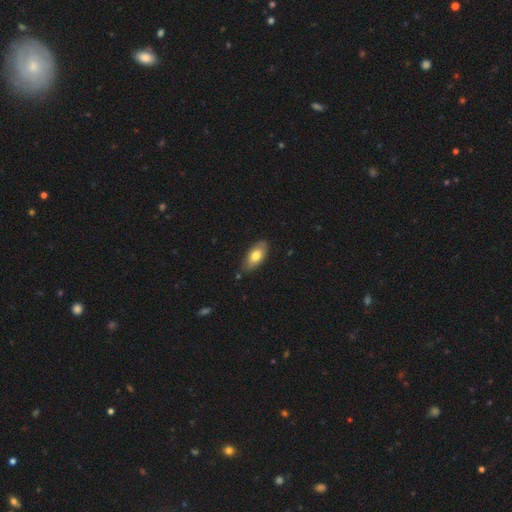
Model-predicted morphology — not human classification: Overall: smooth (72%). How rounded: in between (89%). Merging: none (78%).